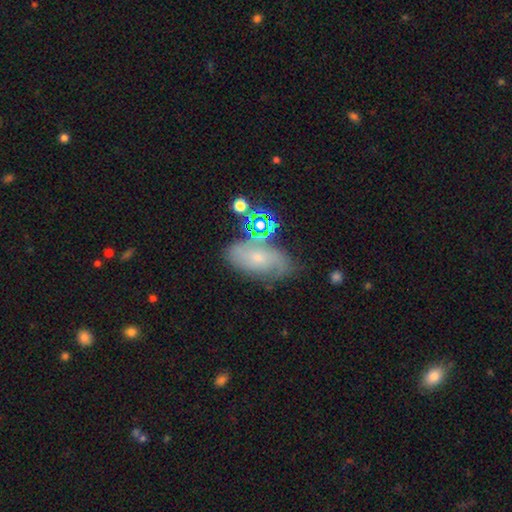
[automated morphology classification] Overall: featured or disk (47%; smooth 35%). Merging: none (58%; merger 19%).